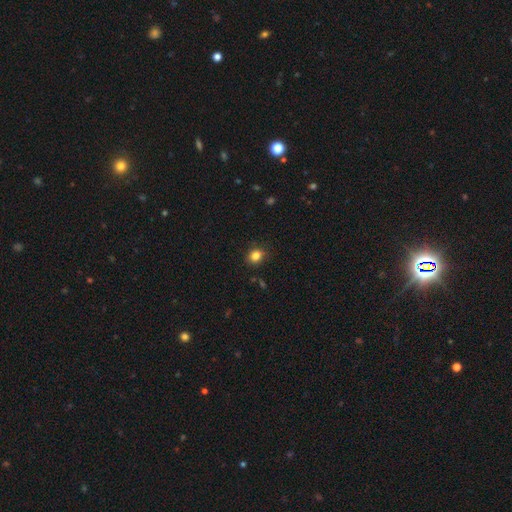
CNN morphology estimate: Q: Smooth or featured?
A: smooth (83%); runner-up: star or artifact (12%)
Q: How rounded?
A: round (63%); runner-up: in between (36%)
Q: Merging?
A: none (85%); runner-up: minor disturbance (11%)